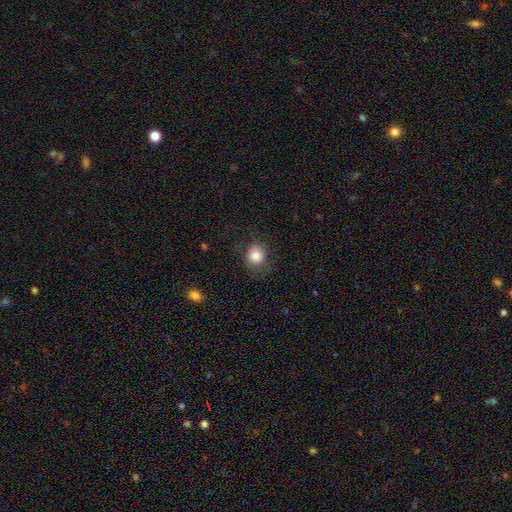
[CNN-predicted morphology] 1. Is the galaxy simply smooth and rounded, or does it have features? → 84% smooth, 10% star or artifact, 7% featured or disk.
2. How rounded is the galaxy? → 80% round, 19% in between, 1% cigar-shaped.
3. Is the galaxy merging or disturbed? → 76% none, 16% minor disturbance, 7% major disturbance, 1% merger.